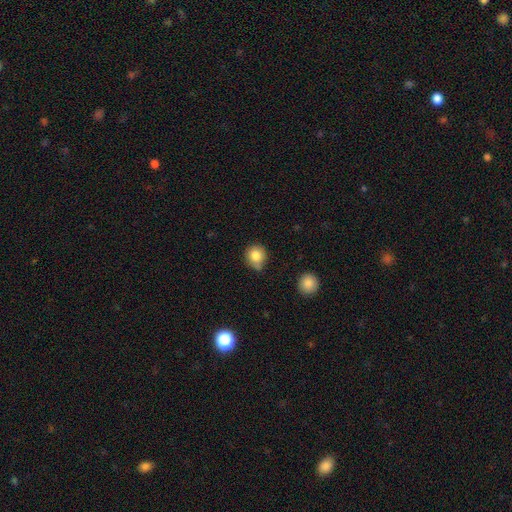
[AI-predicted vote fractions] A smooth galaxy with no disk features (82%) that is round (85%).

Vote fractions:
- Smooth or featured? smooth: 82% / star or artifact: 10% / featured or disk: 8%
- How rounded? round: 85% / in between: 14% / cigar-shaped: 1%
- Merging? none: 63% / minor disturbance: 26% / merger: 6% / major disturbance: 5%